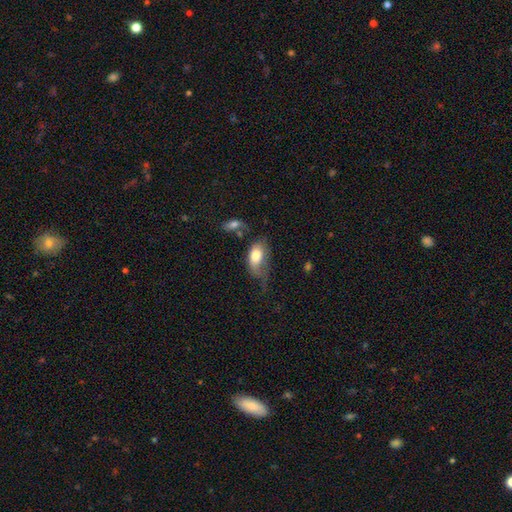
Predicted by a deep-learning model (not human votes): Smooth or featured: smooth — 75% (featured or disk — 18%)
How rounded: in between — 90% (round — 7%)
Merging: major disturbance — 35% (minor disturbance — 30%)